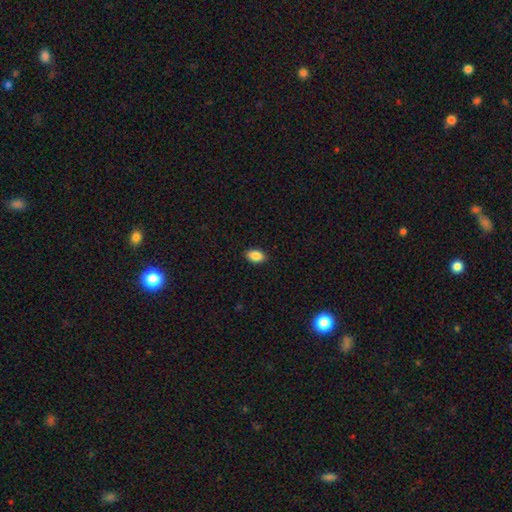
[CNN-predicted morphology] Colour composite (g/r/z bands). It shows a smooth galaxy with no disk features (88%) that is in between round and cigar-shaped (87%). Merging: none (90%).